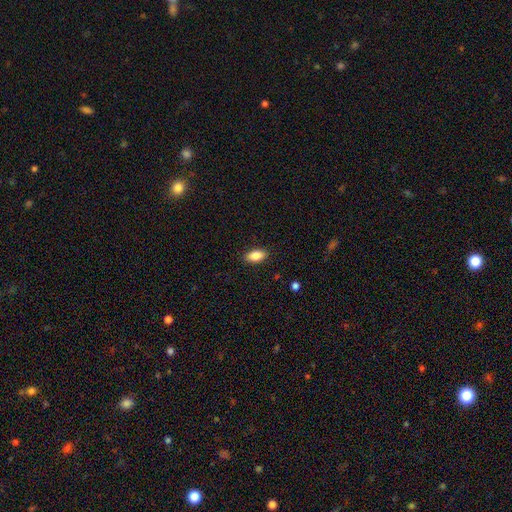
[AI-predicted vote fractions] smooth-or-featured: smooth: 86% | star or artifact: 7% | featured or disk: 7%
  how-rounded: in between: 90% | cigar-shaped: 6% | round: 4%
  merging: none: 88% | minor disturbance: 9% | major disturbance: 2% | merger: 1%